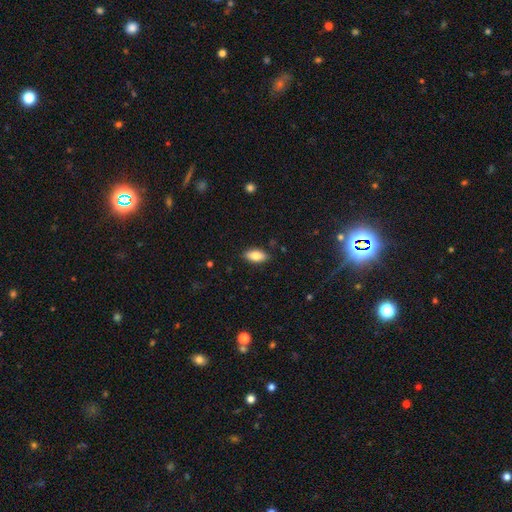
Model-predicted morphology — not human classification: This appears to be a smooth galaxy with no disk features (82%) that is in between round and cigar-shaped (90%). Merging: none (87%).